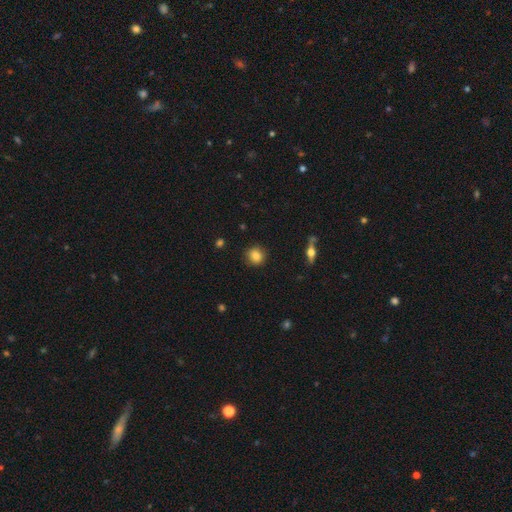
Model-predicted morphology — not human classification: smooth_or_featured: smooth (p=0.83) [alt: star or artifact p=0.09]
how_rounded: round (p=0.88) [alt: in between p=0.11]
merging: none (p=0.88) [alt: minor disturbance p=0.09]